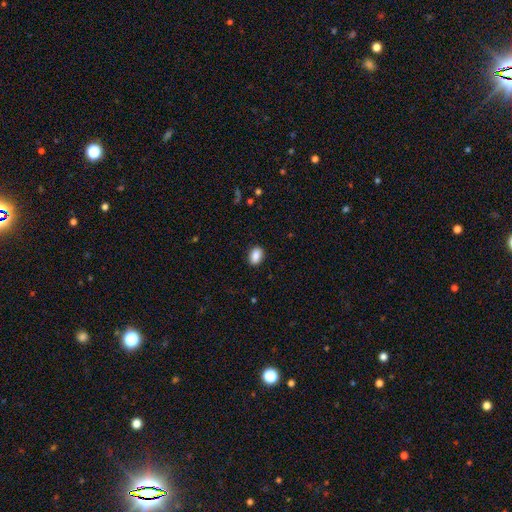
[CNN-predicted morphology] smooth_or_featured: smooth (p=0.88) [alt: star or artifact p=0.08]
how_rounded: in between (p=0.81) [alt: round p=0.17]
merging: none (p=0.89) [alt: minor disturbance p=0.08]